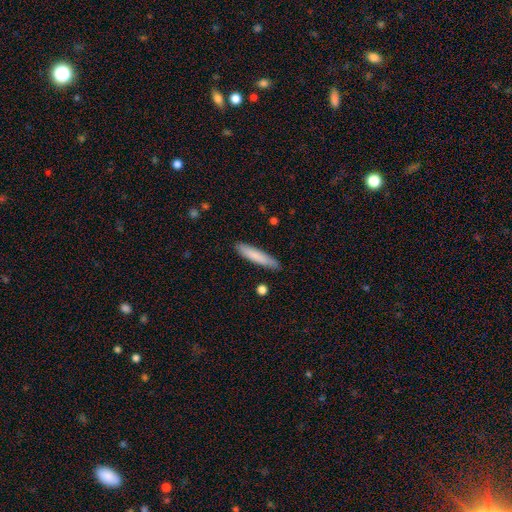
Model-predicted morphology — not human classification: Smooth or featured? Predicted: smooth (p=0.80). How rounded? Predicted: cigar-shaped (p=0.87). Merging? Predicted: none (p=0.85).